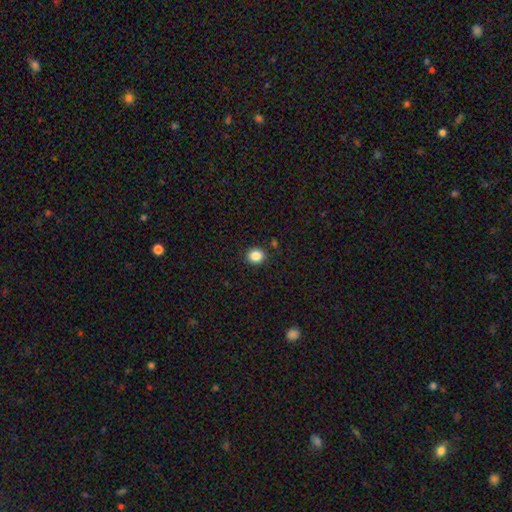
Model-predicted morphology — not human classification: Smooth or featured: smooth — 86% (star or artifact — 11%)
How rounded: round — 85% (in between — 14%)
Merging: none — 91% (minor disturbance — 6%)